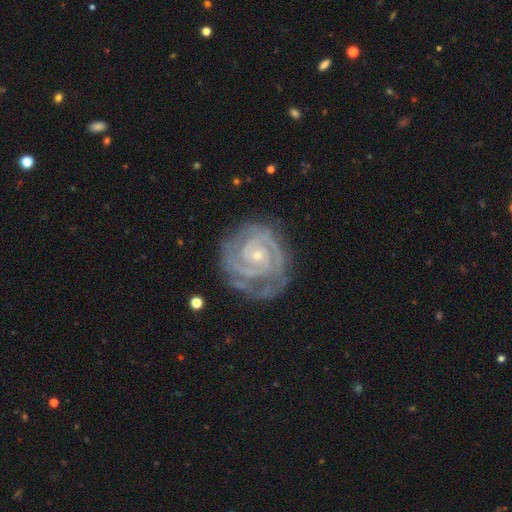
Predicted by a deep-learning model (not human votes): smooth_or_featured: featured or disk (p=0.90) [alt: star or artifact p=0.06]
disk_edge_on: no (p=0.98) [alt: yes p=0.02]
bar: no (p=0.61) [alt: weak p=0.28]
has_spiral_arms: yes (p=0.98) [alt: no p=0.02]
spiral_winding: tight (p=0.81) [alt: medium p=0.17]
spiral_arm_count: 2 (p=0.56) [alt: 3 p=0.19]
bulge_size: small (p=0.77) [alt: moderate p=0.19]
merging: none (p=0.76) [alt: minor disturbance p=0.17]